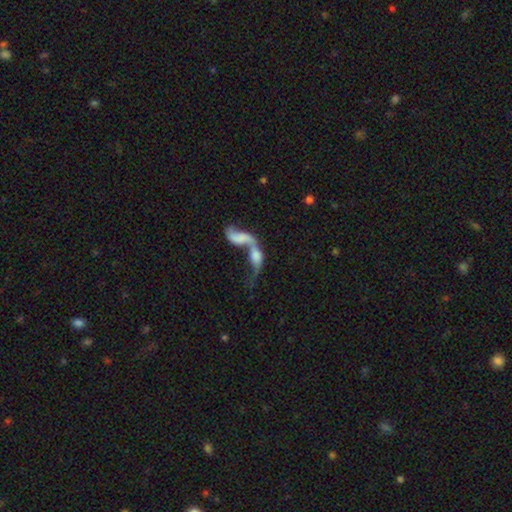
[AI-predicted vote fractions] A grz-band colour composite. It shows a featured or disk galaxy (51%). Merging: merger (78%).